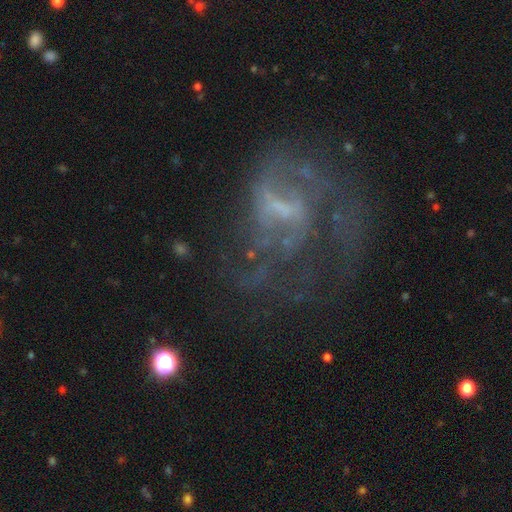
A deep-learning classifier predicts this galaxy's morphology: Overall: featured or disk (72%). Edge-on disk: no (97%). Bar: weak (47%; no 38%). Spiral arms: yes (68%; no 32%). Bulge size: small (43%; none 36%). Merging: none (41%; major disturbance 38%).